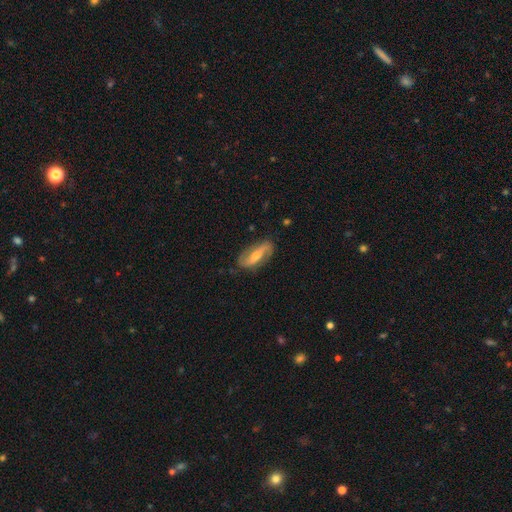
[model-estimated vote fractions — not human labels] A featured or disk galaxy (71%) with a strong bar (46%), 2 (89%) loose (59%) spiral arms (86%) and a moderate central bulge (56%). Merging: none (80%).